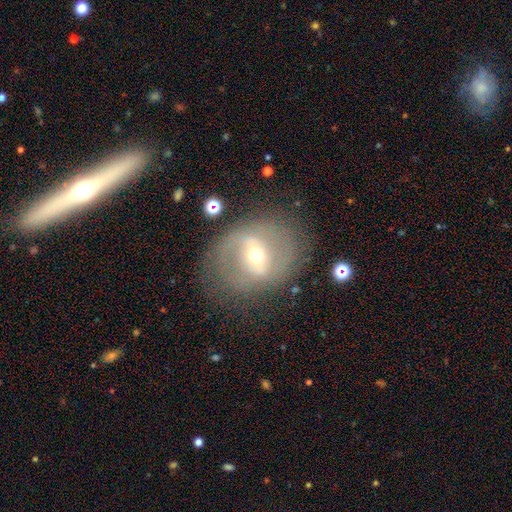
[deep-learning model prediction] Smooth or featured? Predicted: featured or disk (p=0.64). Edge-on disk? Predicted: no (p=0.93). Bar? Predicted: weak (p=0.40). Spiral arms? Predicted: no (p=0.59). Bulge size? Predicted: moderate (p=0.64). Merging? Predicted: none (p=0.72).